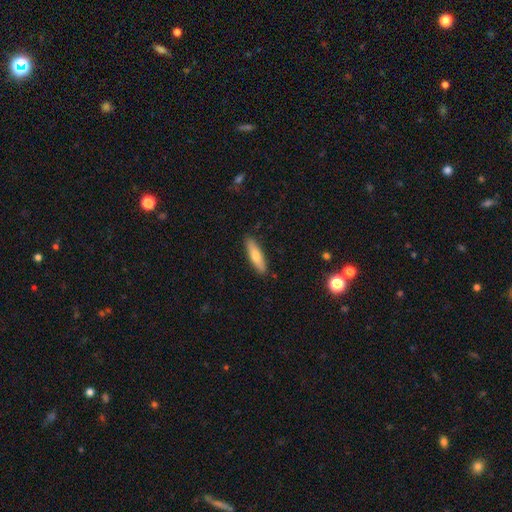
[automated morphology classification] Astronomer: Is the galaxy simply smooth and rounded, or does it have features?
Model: smooth — 69%.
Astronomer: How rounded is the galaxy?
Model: cigar-shaped — 72%.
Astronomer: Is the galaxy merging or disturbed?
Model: none — 89%.